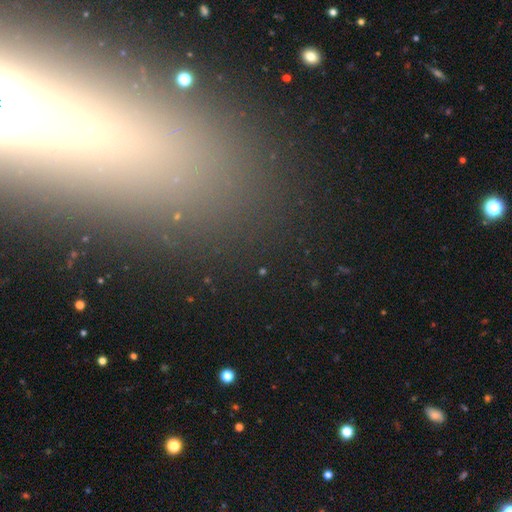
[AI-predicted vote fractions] star or artifact 44%, smooth 33%, featured or disk 23%.